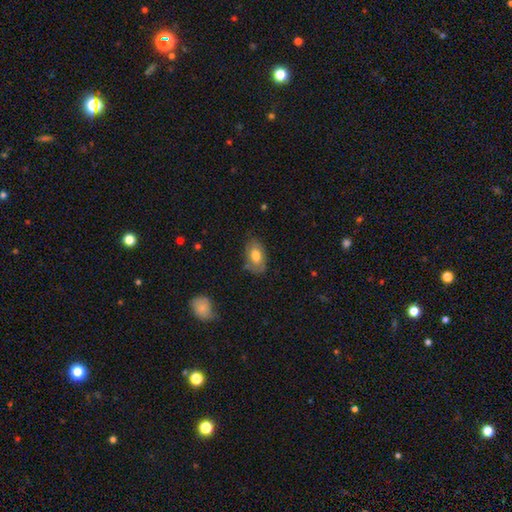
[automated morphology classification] smooth 72%, featured or disk 20%, star or artifact 7%. Down the decision tree: how rounded — in between (90%); merging — none (69%).